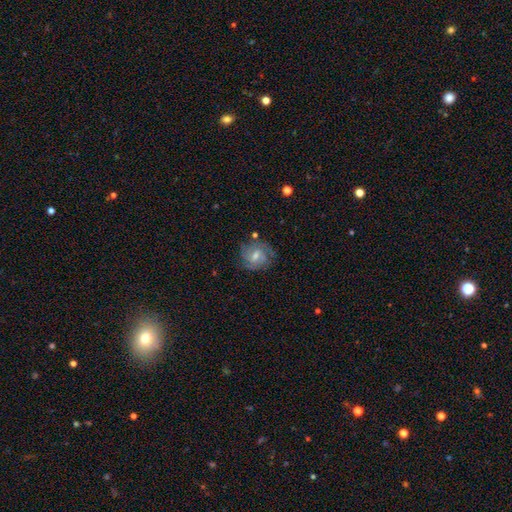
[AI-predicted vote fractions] This appears to be a featured or disk galaxy (69%) with no bar (48%), tight (57%) spiral arms (92%) and a moderate central bulge (55%). Merging: none (78%).